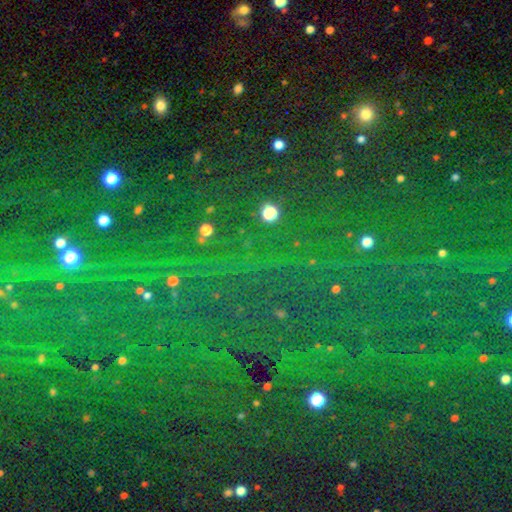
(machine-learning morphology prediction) Q: Smooth or featured?
A: star or artifact (82%); runner-up: smooth (11%)